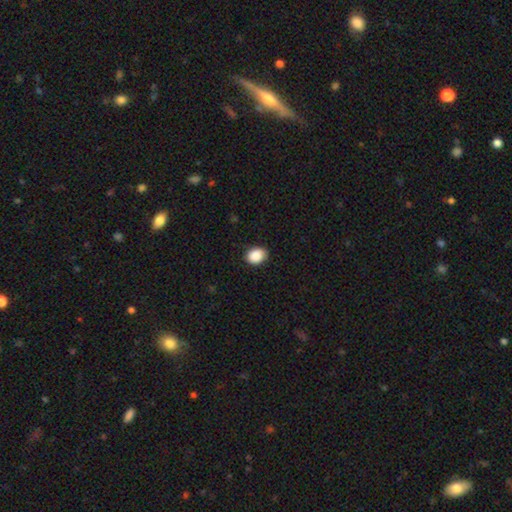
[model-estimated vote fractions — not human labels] Overall: smooth (90%). How rounded: in between (63%; round 36%). Merging: none (84%).